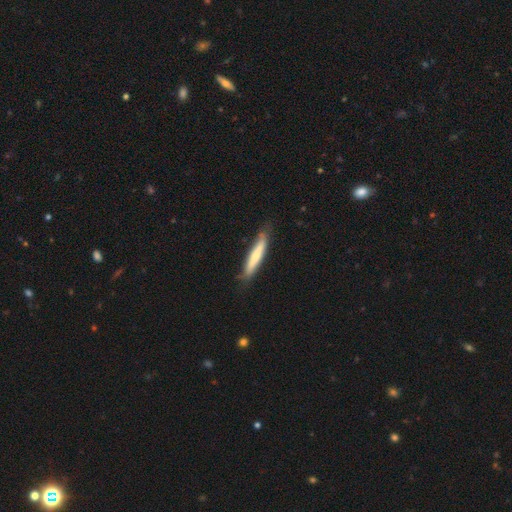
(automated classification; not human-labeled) Smooth or featured: smooth — 63% (featured or disk — 32%)
How rounded: cigar-shaped — 91% (in between — 8%)
Merging: none — 79% (minor disturbance — 17%)